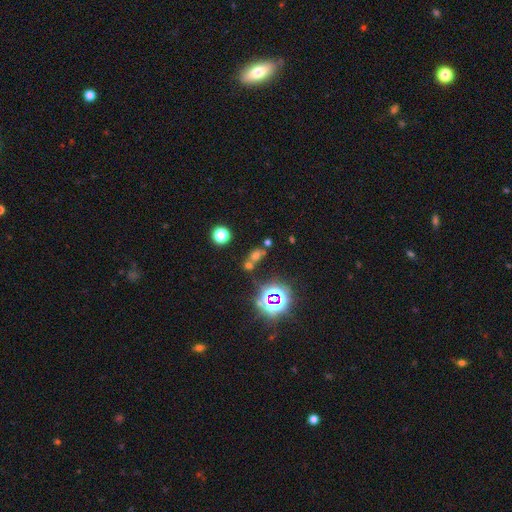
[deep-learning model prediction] Overall: smooth (48%; star or artifact 41%). Merging: none (47%; merger 37%).